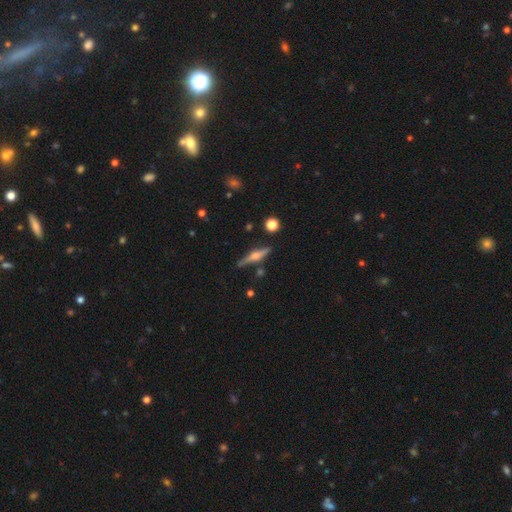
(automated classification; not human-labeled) Morphology: type=featured or disk (69%); edge-on=yes (97%); edge-on bulge=rounded (87%); merging=none (83%).